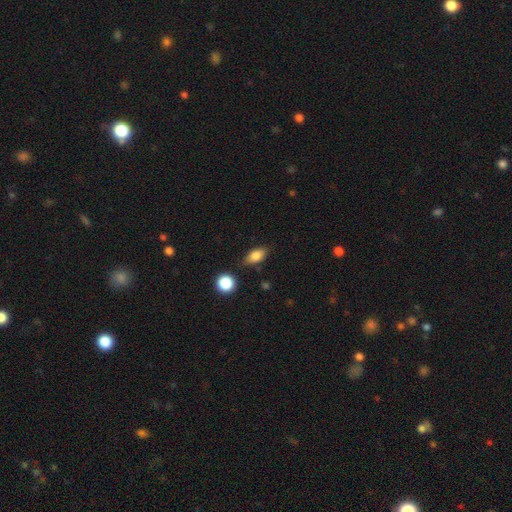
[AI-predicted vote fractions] Morphology: type=smooth (81%); roundness=in between (85%); merging=none (79%).